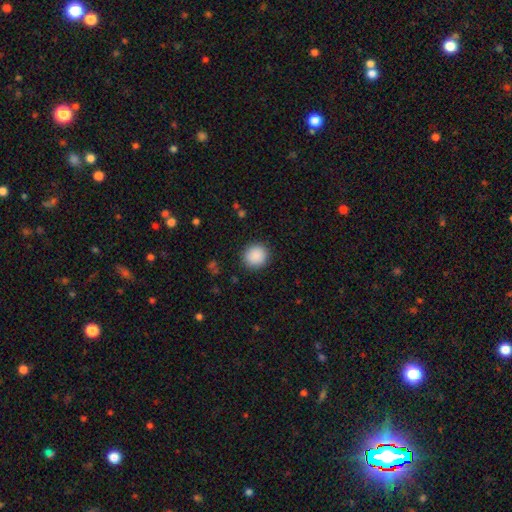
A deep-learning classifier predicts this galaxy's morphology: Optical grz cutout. It shows a smooth galaxy with no disk features (89%) that is round (91%). Merging: none (91%).